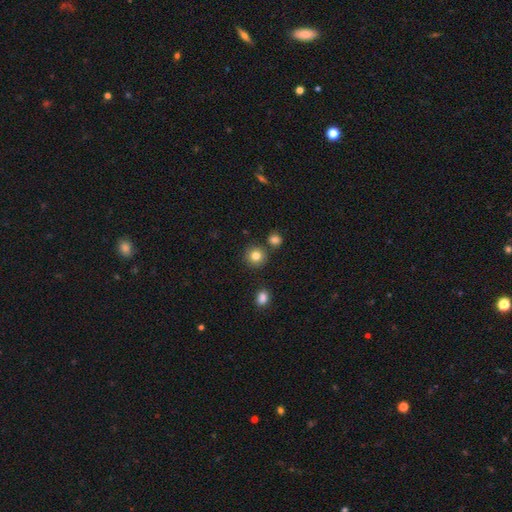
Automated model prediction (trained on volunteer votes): The model was most divided on "smooth or featured": smooth: 82%, star or artifact: 11%, featured or disk: 7%. More confident: how rounded — round (91%); merging — none (83%).